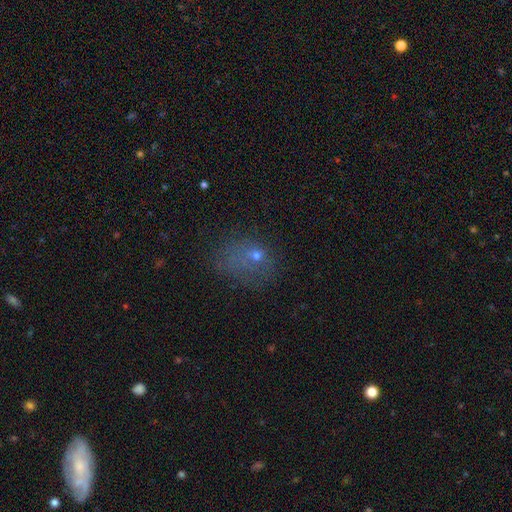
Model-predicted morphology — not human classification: The model was most divided on "merging": none: 37%, major disturbance: 34%, minor disturbance: 24%, merger: 5%. More confident: how rounded — in between (54%); smooth or featured — smooth (53%).